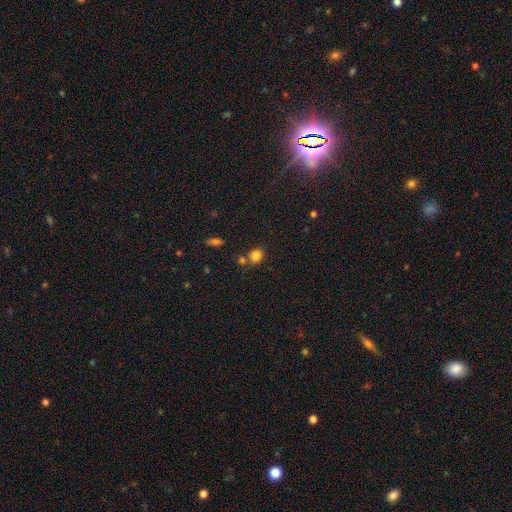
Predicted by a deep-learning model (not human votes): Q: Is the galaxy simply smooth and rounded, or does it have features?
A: smooth — 83%.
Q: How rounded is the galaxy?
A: round — 63%.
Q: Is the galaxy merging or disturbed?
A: none — 65%.